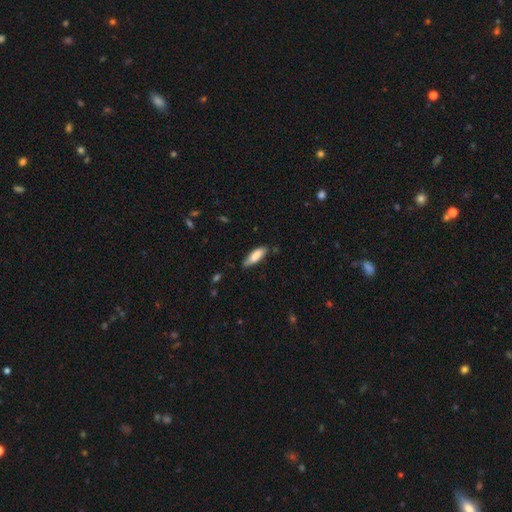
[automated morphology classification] Smooth or featured? smooth (82%)
How rounded? in between (55%)
Merging? none (73%)